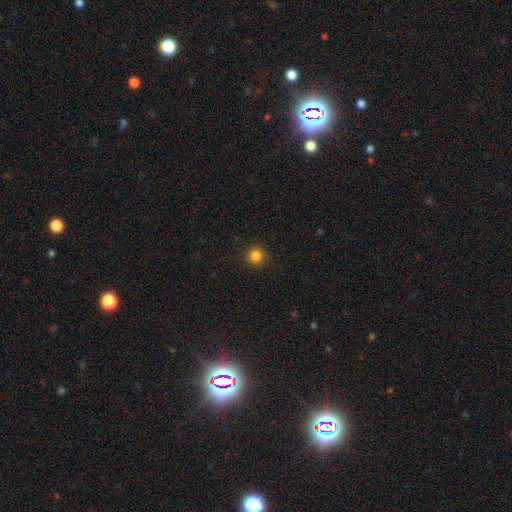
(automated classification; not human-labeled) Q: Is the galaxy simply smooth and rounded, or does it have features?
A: smooth — 83%.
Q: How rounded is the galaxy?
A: round — 95%.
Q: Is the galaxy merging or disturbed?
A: none — 92%.